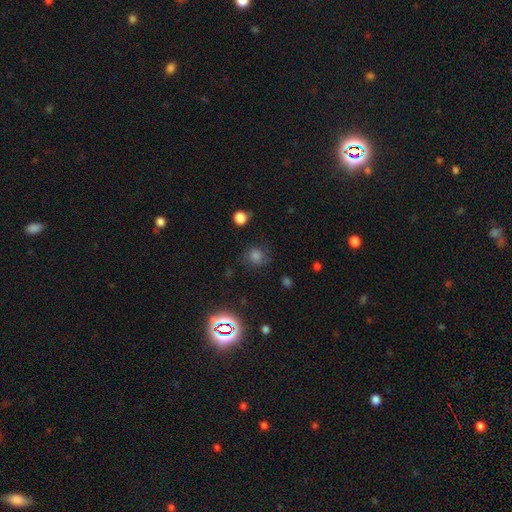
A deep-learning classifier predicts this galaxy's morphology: smooth-or-featured: smooth: 63% | star or artifact: 28% | featured or disk: 10%
  how-rounded: round: 80% | in between: 19% | cigar-shaped: 1%
  merging: none: 72% | minor disturbance: 18% | major disturbance: 8% | merger: 2%